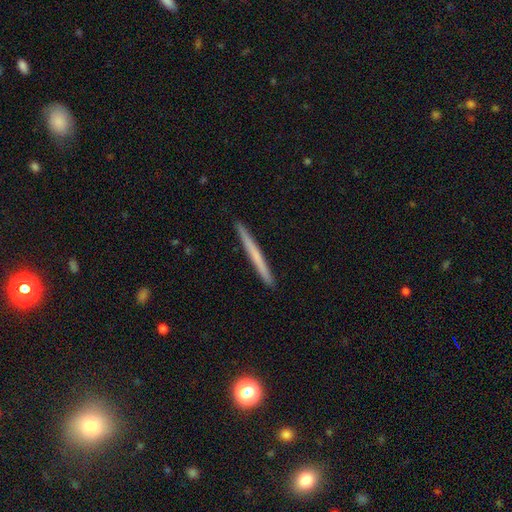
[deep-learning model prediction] Overall: smooth (55%; featured or disk 40%). How rounded: cigar-shaped (97%). Merging: none (92%).